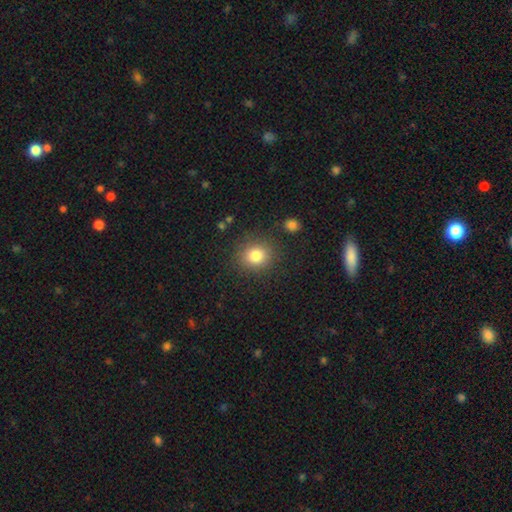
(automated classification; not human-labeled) This appears to be a smooth galaxy with no disk features (82%) that is round (81%). Merging: none (85%).